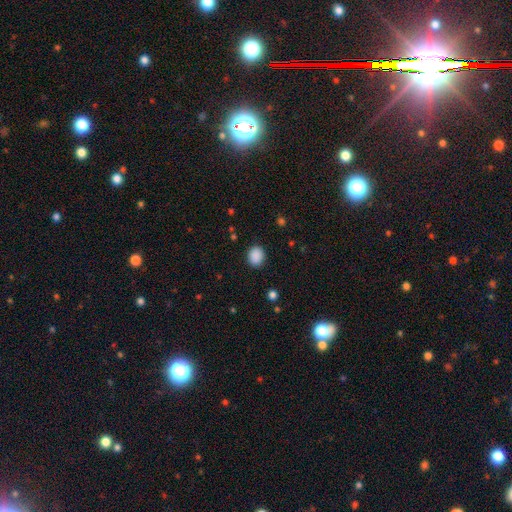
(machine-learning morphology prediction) Smooth or featured?
  - smooth: 89% *
  - star or artifact: 9%
  - featured or disk: 3%
How rounded?
  - round: 55% *
  - in between: 44%
  - cigar-shaped: 1%
Merging?
  - none: 87% *
  - minor disturbance: 9%
  - major disturbance: 3%
  - merger: 1%